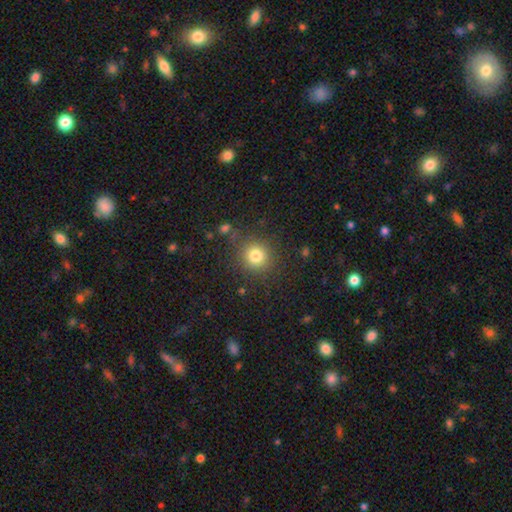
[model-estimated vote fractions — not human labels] smooth 79%, star or artifact 14%, featured or disk 7%. Down the decision tree: how rounded — round (91%); merging — none (85%).